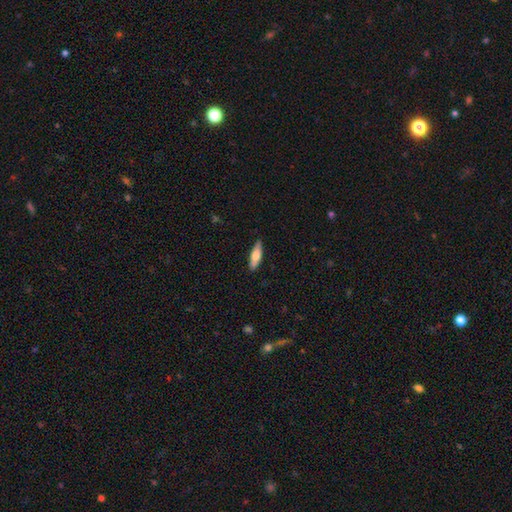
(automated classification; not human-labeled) This appears to be a smooth galaxy with no disk features (64%) that is cigar-shaped (58%). Merging: none (87%).